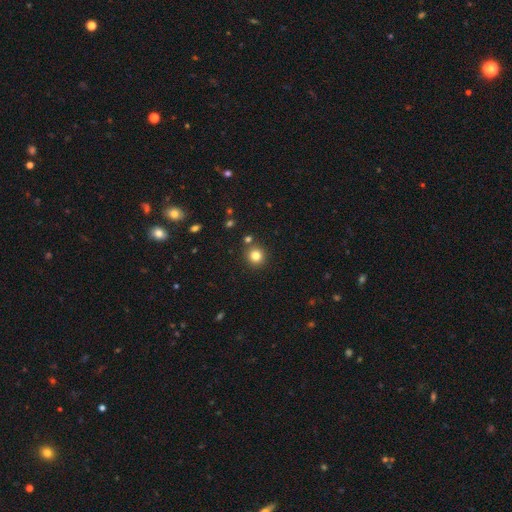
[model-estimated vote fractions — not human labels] Smooth or featured: smooth — 81% (star or artifact — 13%)
How rounded: round — 92% (in between — 7%)
Merging: none — 85% (minor disturbance — 6%)